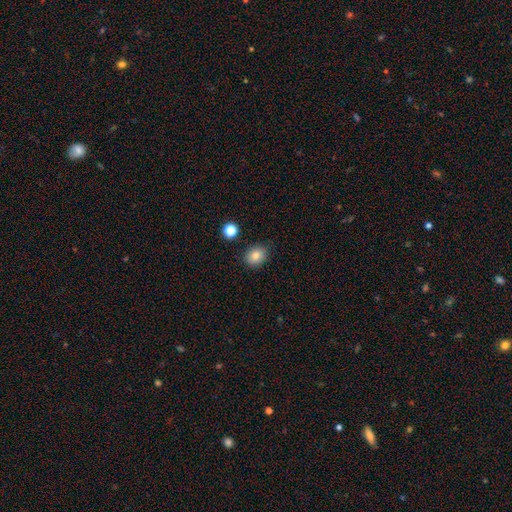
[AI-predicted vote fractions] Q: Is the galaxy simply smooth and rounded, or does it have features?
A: smooth — 82%.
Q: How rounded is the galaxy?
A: round — 56%.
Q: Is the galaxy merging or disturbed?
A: none — 84%.